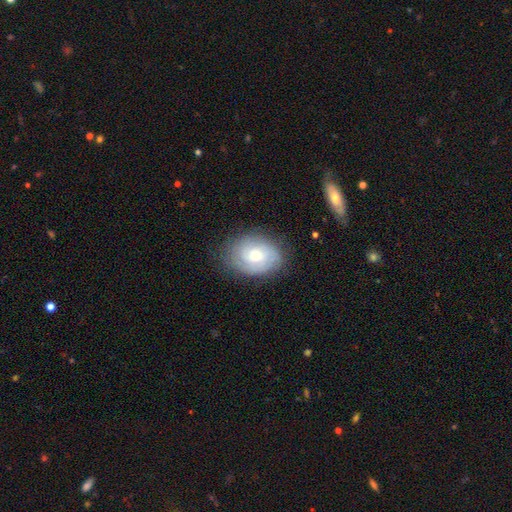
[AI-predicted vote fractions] Overall: featured or disk (56%; smooth 37%). Edge-on disk: no (96%). Bar: no (71%). Spiral arms: yes (83%). Bulge size: moderate (60%; small 28%). Merging: none (75%).